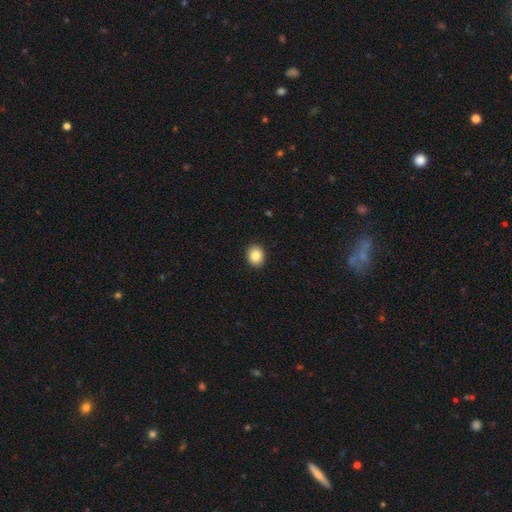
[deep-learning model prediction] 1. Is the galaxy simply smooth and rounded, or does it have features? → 85% smooth, 9% star or artifact, 6% featured or disk.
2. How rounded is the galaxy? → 59% round, 40% in between, 1% cigar-shaped.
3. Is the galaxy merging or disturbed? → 92% none, 6% minor disturbance, 2% major disturbance, 1% merger.